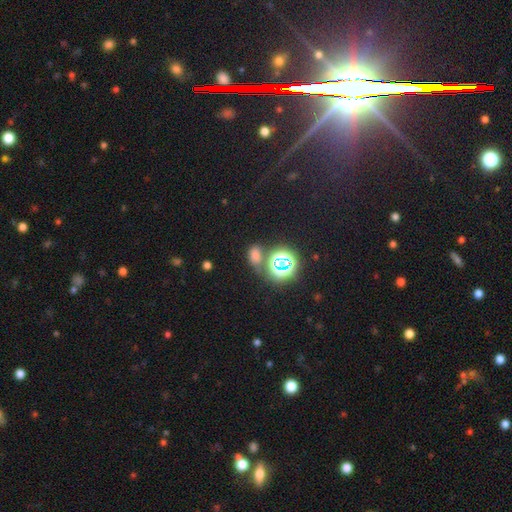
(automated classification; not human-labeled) smooth-or-featured: smooth: 55% | star or artifact: 38% | featured or disk: 7%
  how-rounded: in between: 71% | round: 27% | cigar-shaped: 3%
  merging: none: 60% | merger: 17% | minor disturbance: 15% | major disturbance: 8%